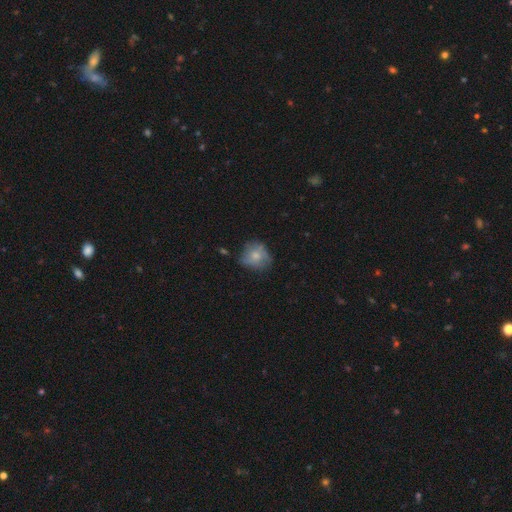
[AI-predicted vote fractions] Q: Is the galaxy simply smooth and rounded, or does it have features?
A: smooth — 67%.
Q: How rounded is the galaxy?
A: round — 74%.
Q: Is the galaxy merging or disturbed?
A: none — 56%.